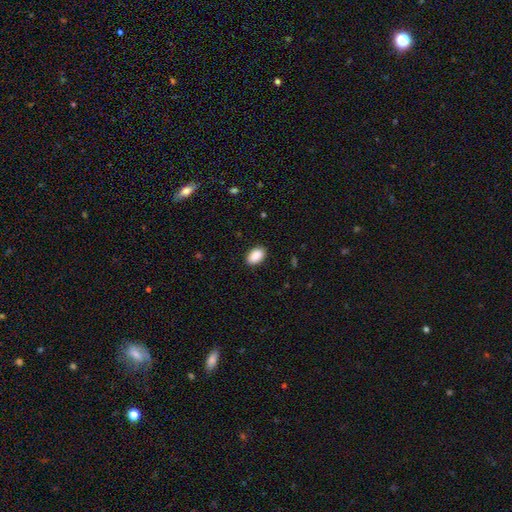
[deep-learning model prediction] smooth 91%, star or artifact 7%, featured or disk 3%. Down the decision tree: how rounded — in between (91%); merging — none (89%).